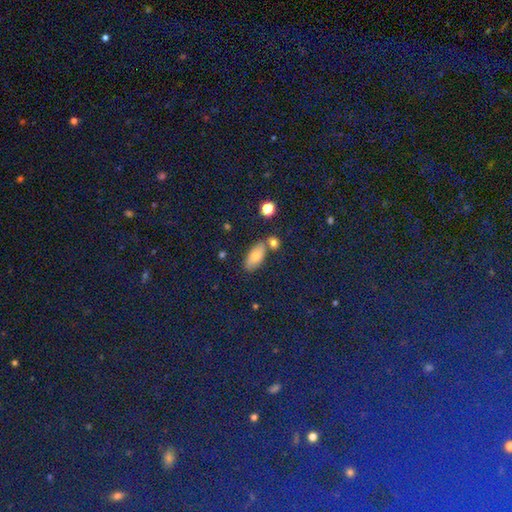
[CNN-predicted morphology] Smooth or featured: smooth — 65% (star or artifact — 23%)
How rounded: in between — 81% (cigar-shaped — 11%)
Merging: none — 76% (minor disturbance — 12%)